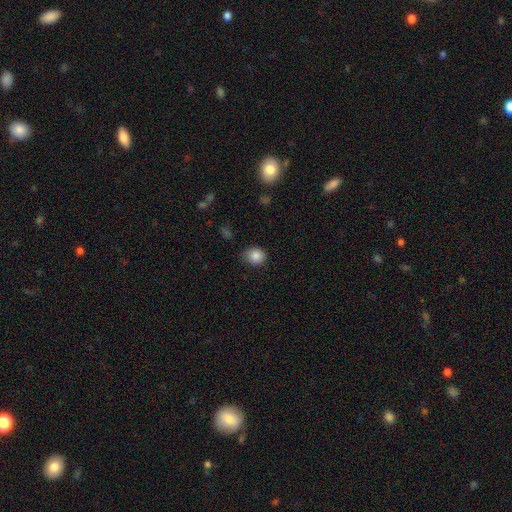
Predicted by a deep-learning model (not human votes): smooth-or-featured: smooth: 86% | star or artifact: 10% | featured or disk: 5%
  how-rounded: round: 76% | in between: 24% | cigar-shaped: 1%
  merging: none: 77% | minor disturbance: 19% | major disturbance: 3% | merger: 1%